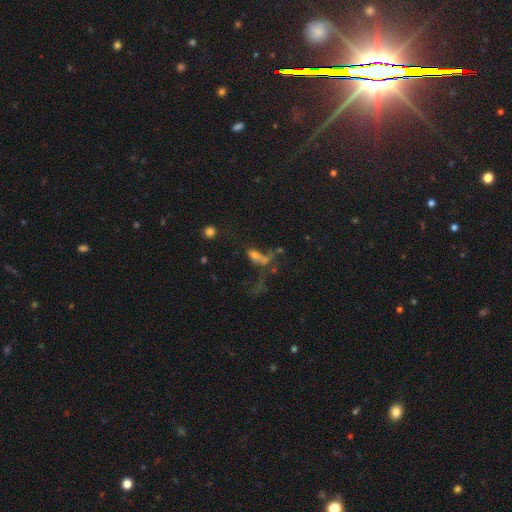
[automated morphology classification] smooth 35%, featured or disk 34%, star or artifact 32%. Down the decision tree: merging — major disturbance (36%).